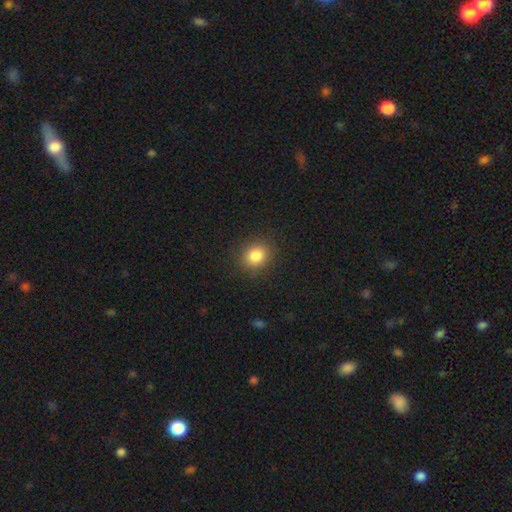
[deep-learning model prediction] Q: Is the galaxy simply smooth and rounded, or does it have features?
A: smooth — 84%.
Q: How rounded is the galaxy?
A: round — 73%.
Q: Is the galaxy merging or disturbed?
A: none — 88%.